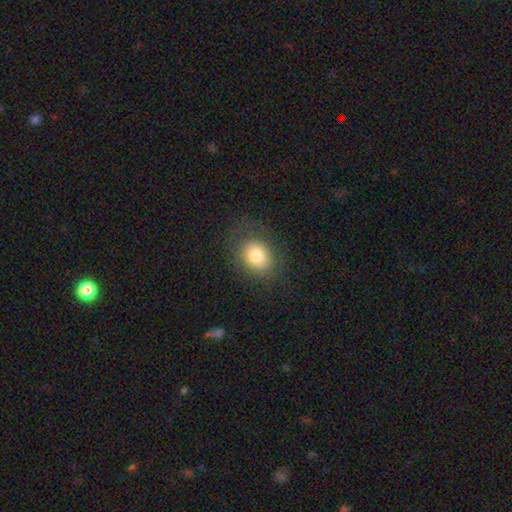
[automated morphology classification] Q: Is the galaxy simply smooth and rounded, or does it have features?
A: smooth — 81%.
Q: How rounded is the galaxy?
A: in between — 54%.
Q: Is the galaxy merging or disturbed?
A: none — 79%.